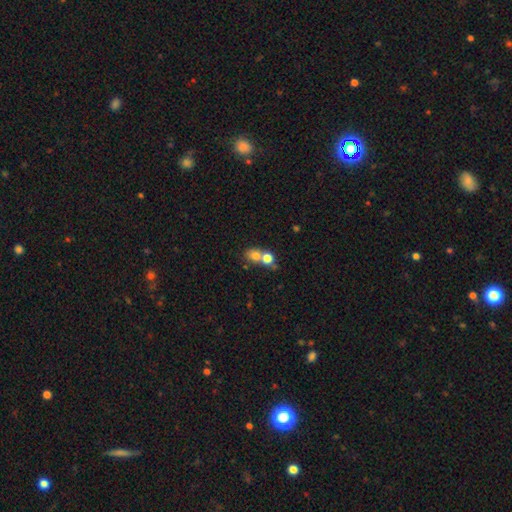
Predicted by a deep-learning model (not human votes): smooth 74%, featured or disk 14%, star or artifact 12%. Down the decision tree: how rounded — round (69%); merging — merger (60%).